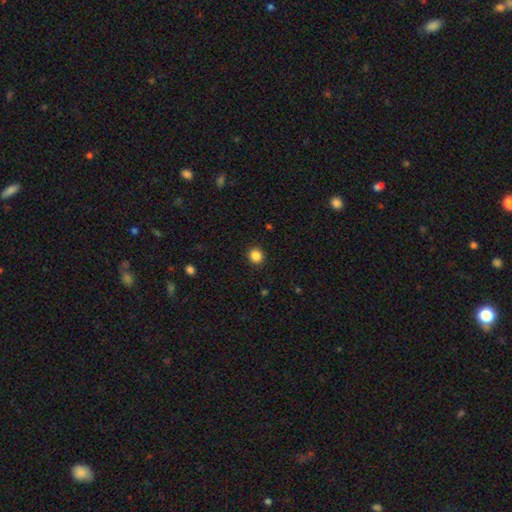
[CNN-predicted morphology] A smooth galaxy with no disk features (85%) that is round (92%).

Vote fractions:
- Smooth or featured? smooth: 85% / star or artifact: 11% / featured or disk: 3%
- How rounded? round: 92% / in between: 7% / cigar-shaped: 1%
- Merging? none: 92% / minor disturbance: 5% / major disturbance: 2% / merger: 1%